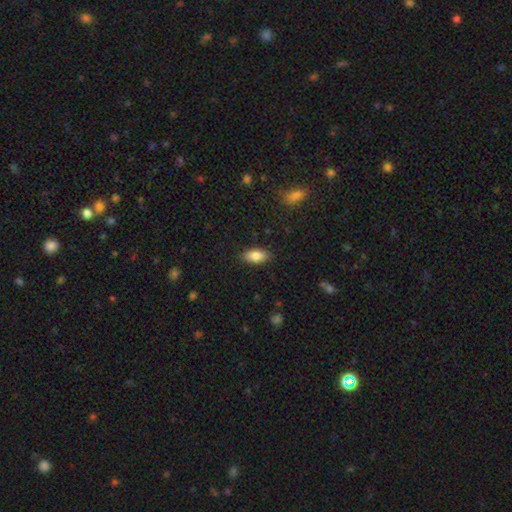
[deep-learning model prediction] A smooth galaxy with no disk features (83%) that is in between round and cigar-shaped (88%). Merging: none (87%).